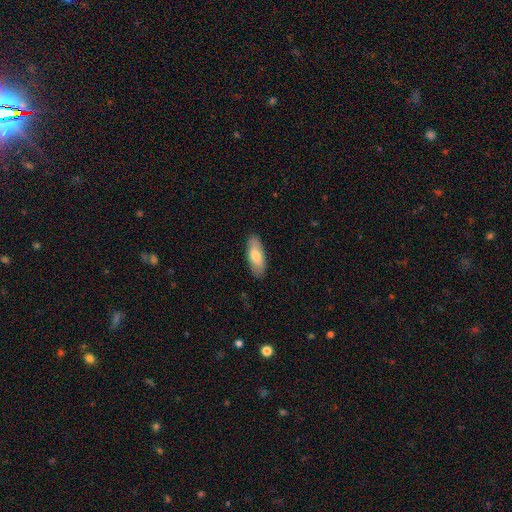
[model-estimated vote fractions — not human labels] This appears to be a smooth galaxy with no disk features (74%) that is in between round and cigar-shaped (76%). Merging: none (88%).